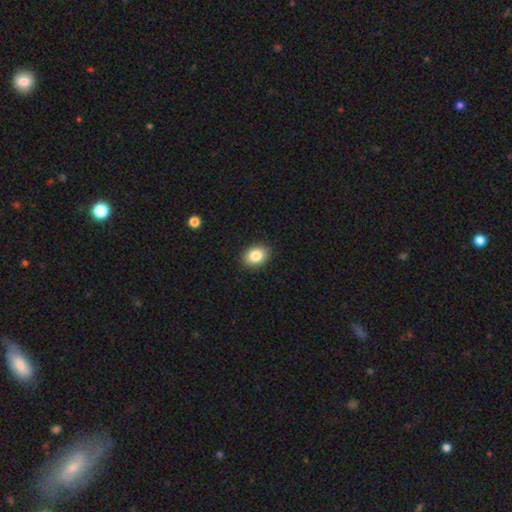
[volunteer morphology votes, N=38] smooth_or_featured: smooth (p=0.87) [alt: star or artifact p=0.08]
how_rounded: in between (p=0.64) [alt: round p=0.36]
merging: none (p=0.80) [alt: minor disturbance p=0.09]